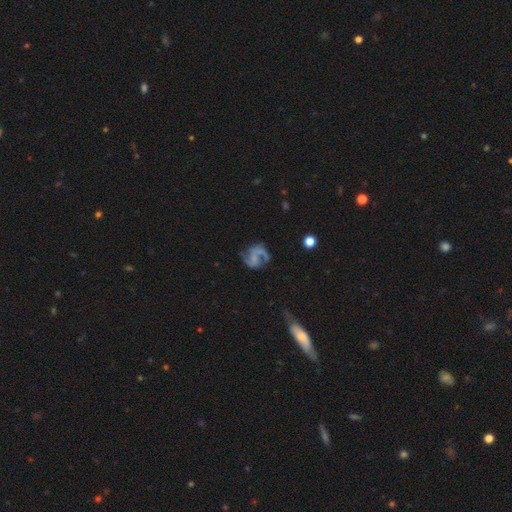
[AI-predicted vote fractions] Smooth or featured?
  - featured or disk: 81% *
  - smooth: 11%
  - star or artifact: 7%
Edge-on disk?
  - no: 98% *
  - yes: 2%
Bar?
  - no: 51% *
  - weak: 36%
  - strong: 13%
Spiral arms?
  - yes: 94% *
  - no: 6%
Spiral winding?
  - medium: 50% *
  - loose: 35%
  - tight: 15%
Spiral arm count?
  - 2: 86% *
  - 1: 5%
  - can't tell: 4%
  - 3: 3%
  - 4: 1%
  - more than 4: 1%
Bulge size?
  - none: 42% * (tied)
  - small: 42% * (tied)
  - moderate: 12%
  - large: 2%
  - dominant: 1%
Merging?
  - none: 60% *
  - minor disturbance: 19%
  - major disturbance: 16%
  - merger: 4%